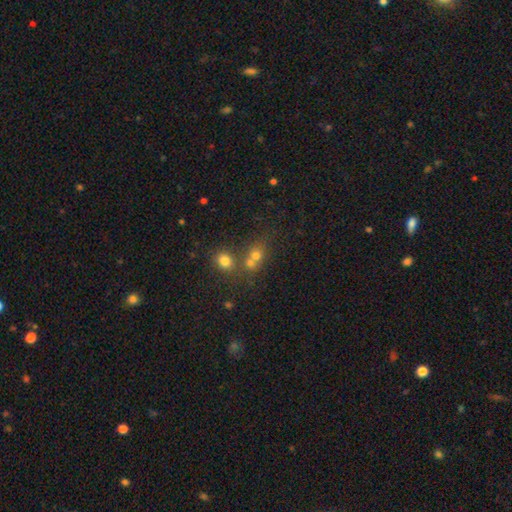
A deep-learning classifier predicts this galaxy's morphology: A smooth galaxy with no disk features (66%) that is round (71%). Merging: merger (49%).